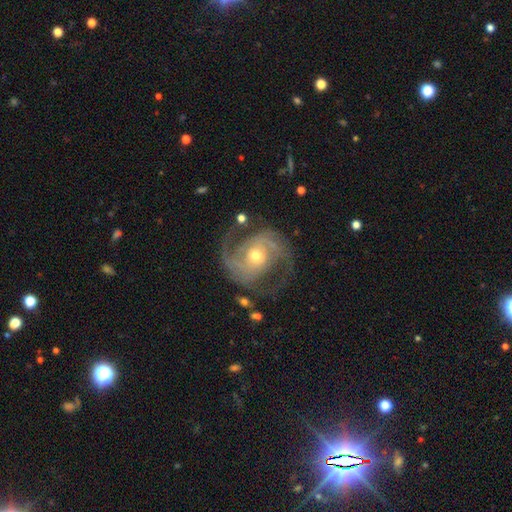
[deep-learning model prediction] This appears to be a featured or disk galaxy (90%) with no bar (57%), 2 (86%) medium (54%) spiral arms (98%) and a moderate central bulge (57%). Merging: none (75%).